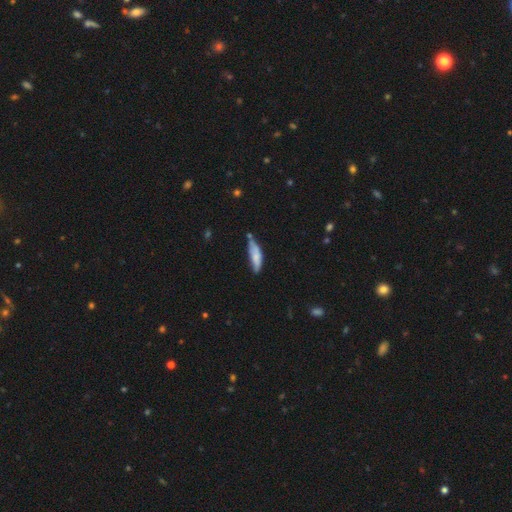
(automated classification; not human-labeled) smooth_or_featured: smooth (p=0.68) [alt: featured or disk p=0.25]
how_rounded: cigar-shaped (p=0.55) [alt: in between p=0.44]
merging: none (p=0.45) [alt: minor disturbance p=0.35]